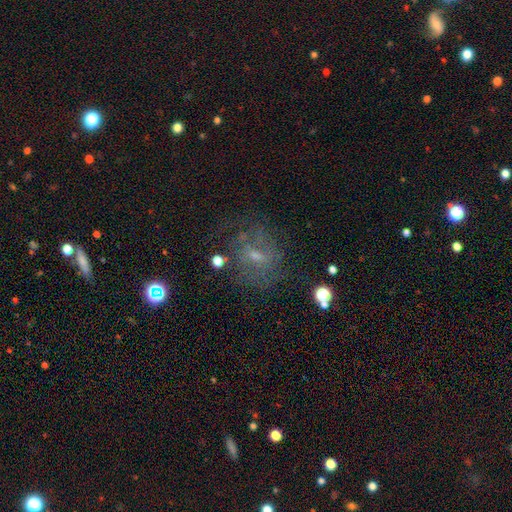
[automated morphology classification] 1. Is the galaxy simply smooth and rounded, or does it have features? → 44% featured or disk, 29% star or artifact, 27% smooth.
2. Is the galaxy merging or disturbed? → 70% none, 15% minor disturbance, 11% major disturbance, 3% merger.